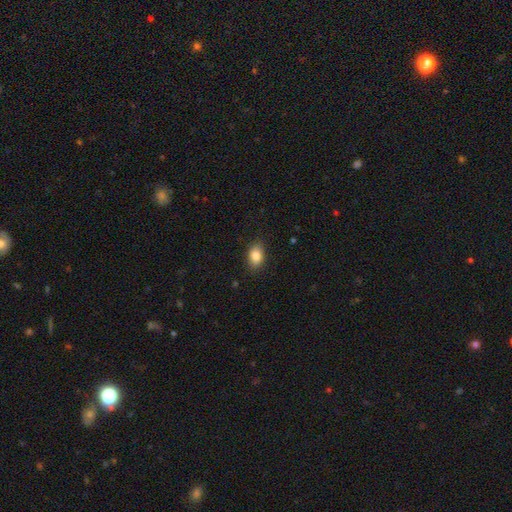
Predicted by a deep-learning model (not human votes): Smooth or featured?
  - smooth: 86% *
  - star or artifact: 8%
  - featured or disk: 6%
How rounded?
  - in between: 81% *
  - round: 17%
  - cigar-shaped: 2%
Merging?
  - none: 86% *
  - minor disturbance: 11%
  - major disturbance: 3%
  - merger: 1%